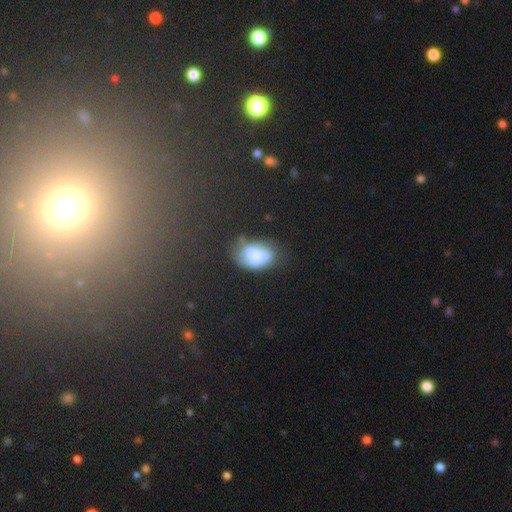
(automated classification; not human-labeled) A smooth galaxy with no disk features (69%) that is in between round and cigar-shaped (86%).

Vote fractions:
- Smooth or featured? smooth: 69% / featured or disk: 20% / star or artifact: 11%
- How rounded? in between: 86% / round: 13% / cigar-shaped: 2%
- Merging? none: 48% / minor disturbance: 30% / major disturbance: 13% / merger: 8%